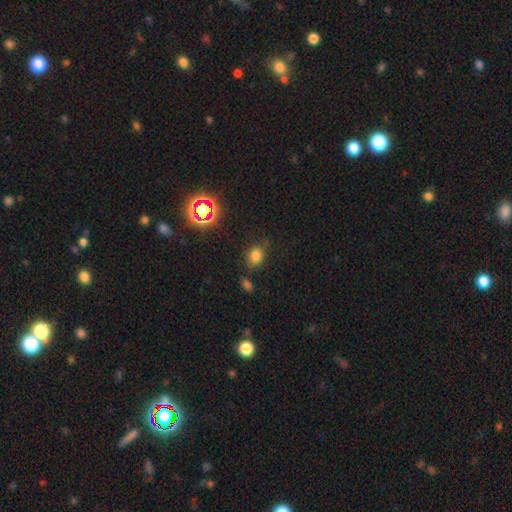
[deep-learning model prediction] This appears to be a smooth galaxy with no disk features (73%) that is in between round and cigar-shaped (52%). Merging: none (75%).